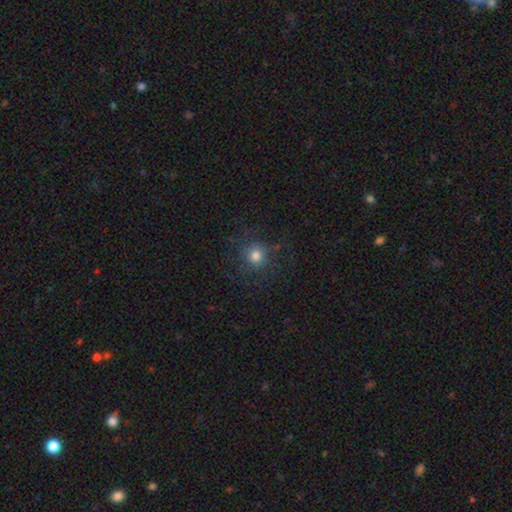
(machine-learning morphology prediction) smooth 75%, star or artifact 16%, featured or disk 9%. Down the decision tree: how rounded — round (93%); merging — none (79%).